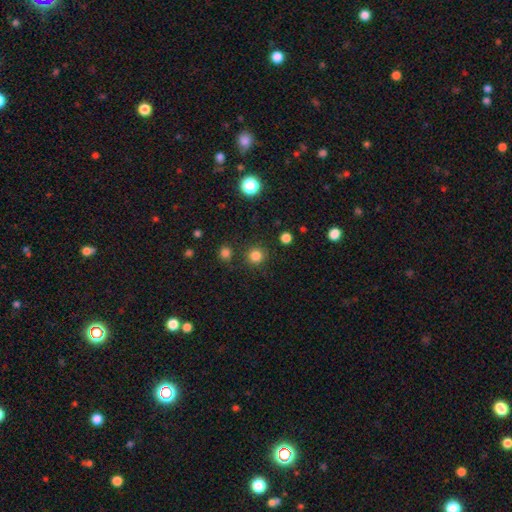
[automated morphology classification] smooth-or-featured: smooth: 82% | star or artifact: 14% | featured or disk: 4%
  how-rounded: round: 94% | in between: 5% | cigar-shaped: 1%
  merging: none: 87% | minor disturbance: 7% | merger: 3% | major disturbance: 3%